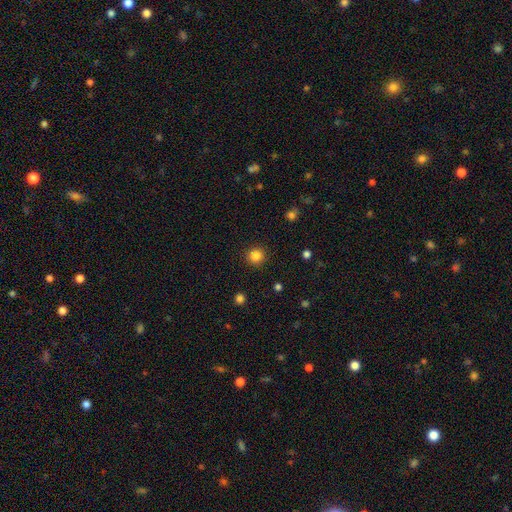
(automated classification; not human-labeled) Smooth or featured? Predicted: smooth (p=0.84). How rounded? Predicted: round (p=0.93). Merging? Predicted: none (p=0.91).